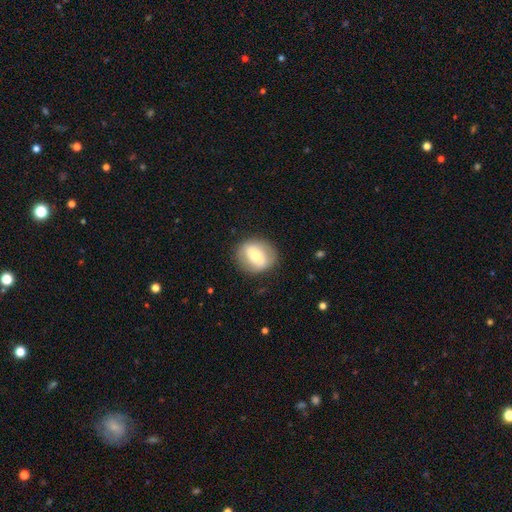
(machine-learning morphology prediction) A smooth galaxy with no disk features (54%) that is round (68%).

Vote fractions:
- Smooth or featured? smooth: 54% / featured or disk: 39% / star or artifact: 7%
- How rounded? round: 68% / in between: 31% / cigar-shaped: 1%
- Merging? none: 83% / minor disturbance: 11% / major disturbance: 5% / merger: 1%